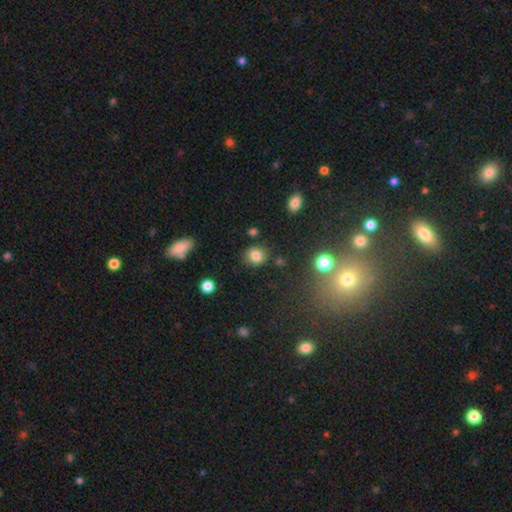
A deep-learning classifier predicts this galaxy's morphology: This is clearly a smooth galaxy (82%). How rounded: likely round (76%). Merging: clearly none (83%).